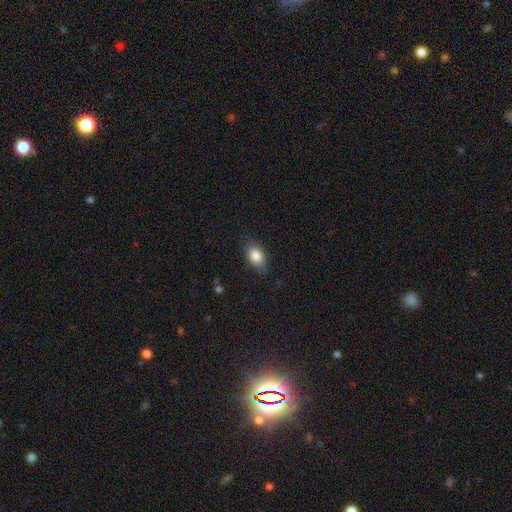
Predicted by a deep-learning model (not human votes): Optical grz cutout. It shows a smooth galaxy with no disk features (82%) that is in between round and cigar-shaped (83%). Merging: none (79%).